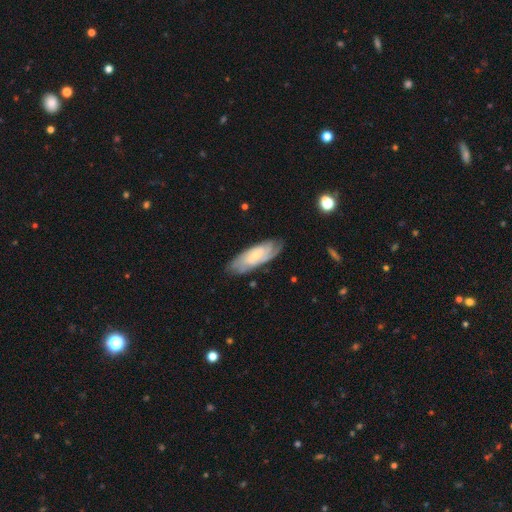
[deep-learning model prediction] smooth-or-featured: featured or disk: 68% | smooth: 26% | star or artifact: 6%
  disk-edge-on: no: 86% | yes: 14%
    bar: no: 59% | weak: 33% | strong: 8%
    has-spiral-arms: yes: 92% | no: 8%
      spiral-winding: tight: 63% | medium: 29% | loose: 8%
      spiral-arm-count: can't tell: 44% | 2: 30% | 3: 13% | 4: 6% | 1: 4% | more than 4: 3%
    bulge-size: small: 69% | moderate: 23% | none: 6% | large: 2% | dominant: 1%
  merging: none: 75% | minor disturbance: 18% | major disturbance: 5% | merger: 2%